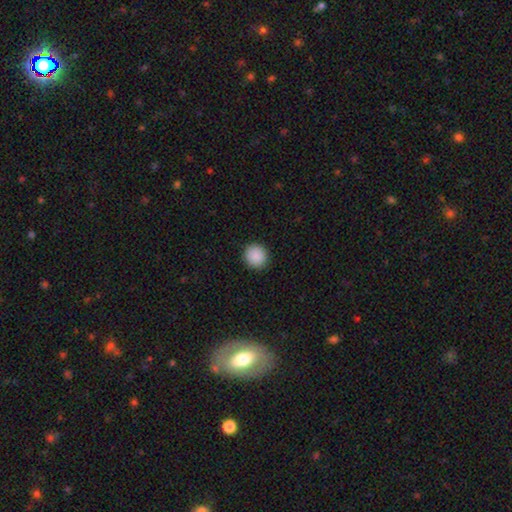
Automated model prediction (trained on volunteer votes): Overall: smooth (90%). How rounded: round (91%). Merging: none (92%).